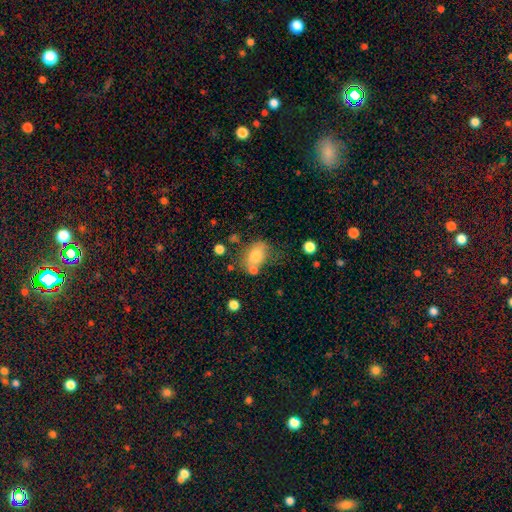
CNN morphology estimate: smooth 76%, featured or disk 15%, star or artifact 9%. Down the decision tree: how rounded — in between (75%); merging — none (51%).